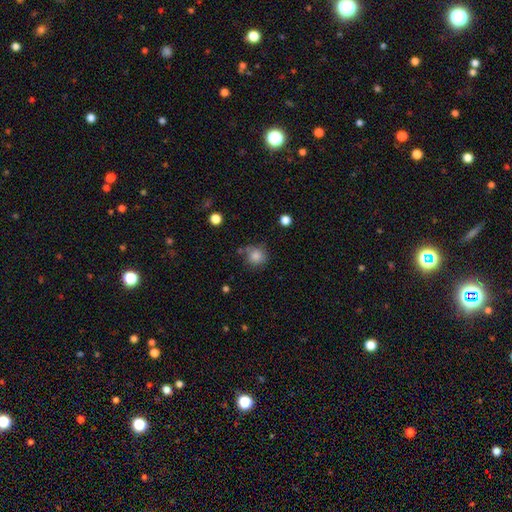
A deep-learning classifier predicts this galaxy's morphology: A smooth galaxy with no disk features (83%) that is round (90%).

Vote fractions:
- Smooth or featured? smooth: 83% / star or artifact: 11% / featured or disk: 6%
- How rounded? round: 90% / in between: 9% / cigar-shaped: 1%
- Merging? none: 72% / minor disturbance: 16% / merger: 8% / major disturbance: 5%